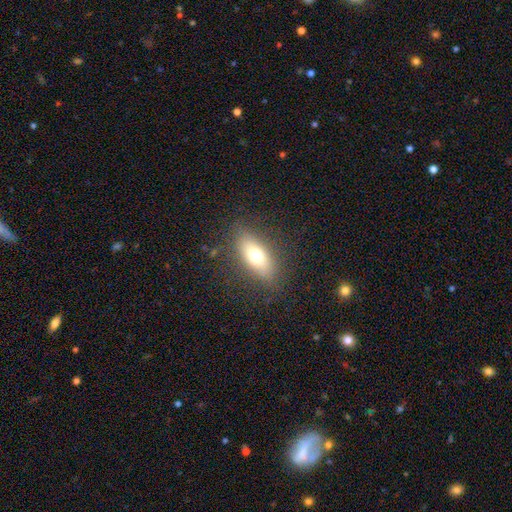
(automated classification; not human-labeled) smooth 69%, featured or disk 22%, star or artifact 9%. Down the decision tree: how rounded — in between (77%); merging — none (83%).